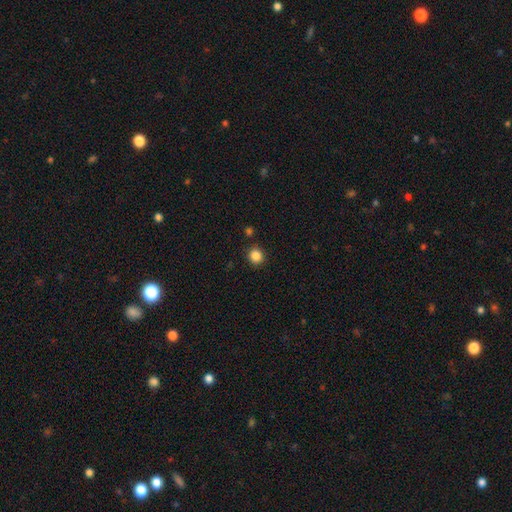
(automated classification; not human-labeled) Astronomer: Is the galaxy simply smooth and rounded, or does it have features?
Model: smooth — 86%.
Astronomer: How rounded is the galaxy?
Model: round — 87%.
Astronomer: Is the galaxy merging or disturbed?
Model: none — 88%.